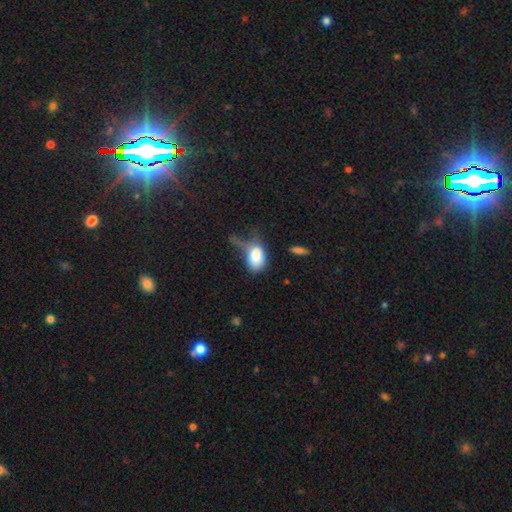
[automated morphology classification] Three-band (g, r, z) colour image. It shows a smooth galaxy with no disk features (79%) that is in between round and cigar-shaped (89%). Merging: major disturbance (45%).